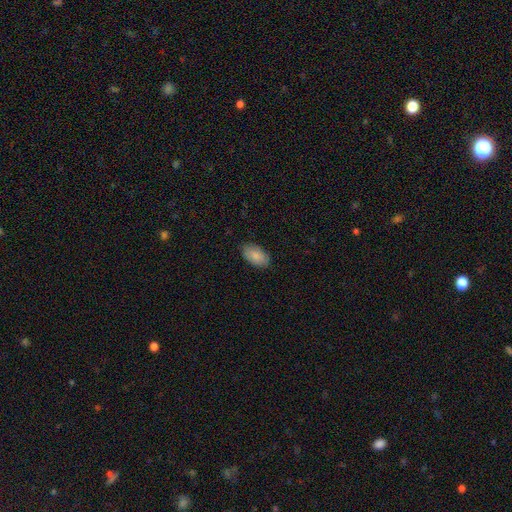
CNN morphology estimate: smooth_or_featured: smooth (p=0.84) [alt: featured or disk p=0.09]
how_rounded: in between (p=0.94) [alt: round p=0.04]
merging: none (p=0.85) [alt: minor disturbance p=0.12]